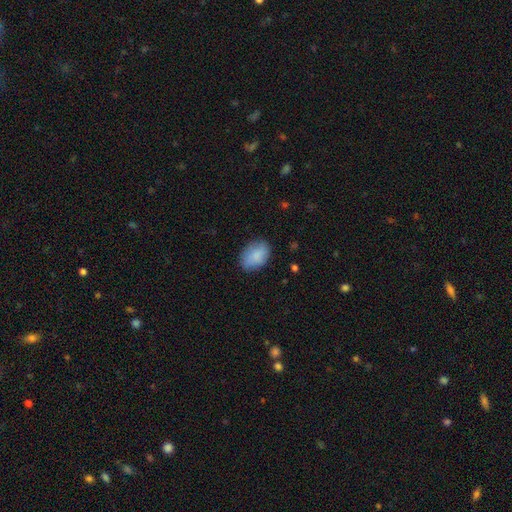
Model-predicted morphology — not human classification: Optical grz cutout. It shows a smooth galaxy with no disk features (86%) that is in between round and cigar-shaped (84%). Merging: none (80%).